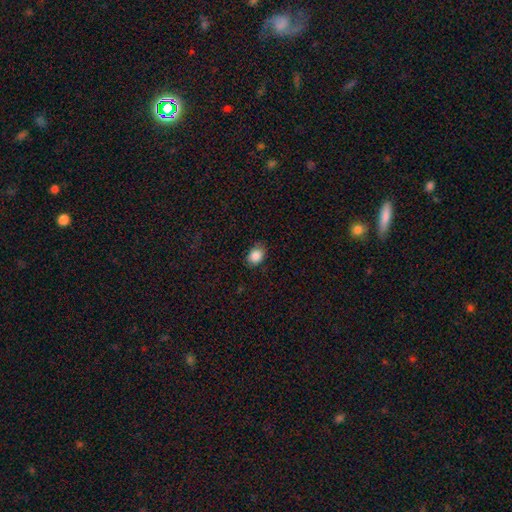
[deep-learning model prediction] A smooth galaxy with no disk features (87%) that is in between round and cigar-shaped (62%). Merging: none (80%).